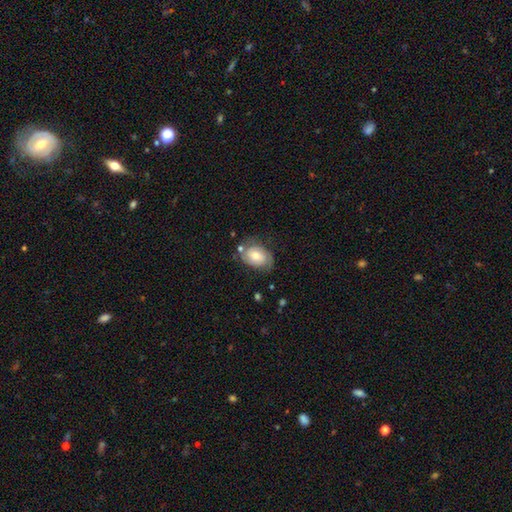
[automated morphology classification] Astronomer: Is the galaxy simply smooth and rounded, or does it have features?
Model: featured or disk — 48% (runner-up: smooth, 45%).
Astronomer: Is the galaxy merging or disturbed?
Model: none — 59%.